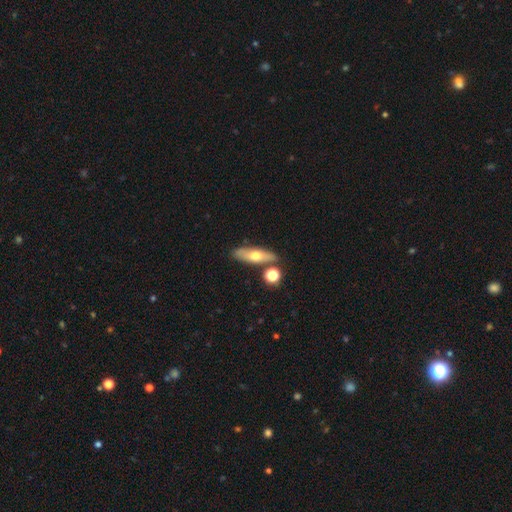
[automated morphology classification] type=smooth (56%); roundness=cigar-shaped (48%); merging=none (75%).